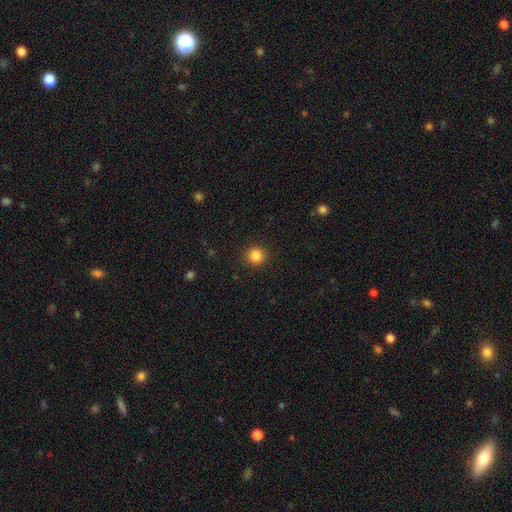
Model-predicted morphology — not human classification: Smooth or featured: smooth — 85% (star or artifact — 11%)
How rounded: round — 93% (in between — 6%)
Merging: none — 91% (minor disturbance — 6%)